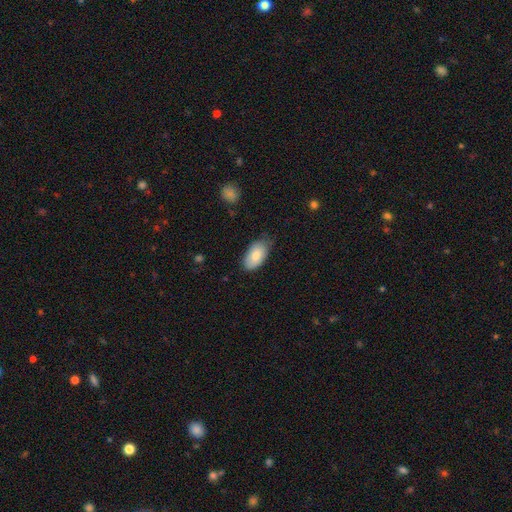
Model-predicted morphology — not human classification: Smooth or featured: smooth — 81% (featured or disk — 13%)
How rounded: in between — 95% (round — 3%)
Merging: none — 68% (minor disturbance — 26%)